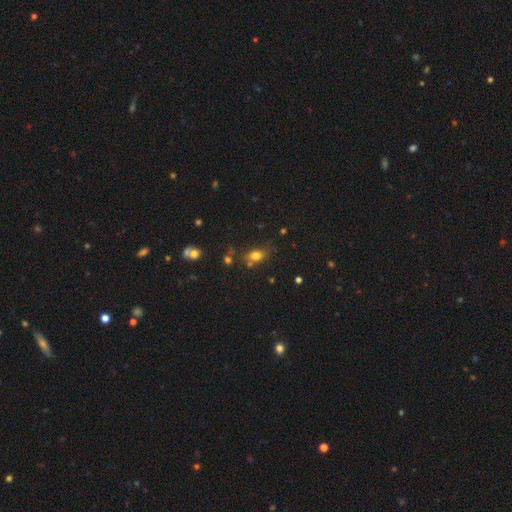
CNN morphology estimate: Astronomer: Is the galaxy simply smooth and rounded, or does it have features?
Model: smooth — 75%.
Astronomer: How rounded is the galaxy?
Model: in between — 65%.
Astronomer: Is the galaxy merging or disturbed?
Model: none — 63%.